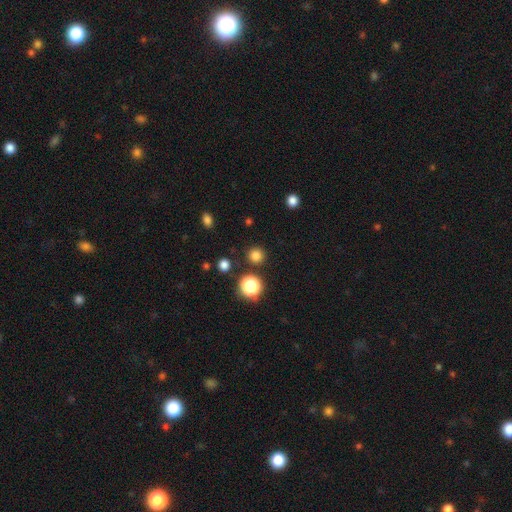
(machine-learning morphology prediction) A smooth galaxy with no disk features (79%) that is round (94%).

Vote fractions:
- Smooth or featured? smooth: 79% / star or artifact: 17% / featured or disk: 4%
- How rounded? round: 94% / in between: 5% / cigar-shaped: 1%
- Merging? none: 89% / minor disturbance: 6% / merger: 3% / major disturbance: 2%